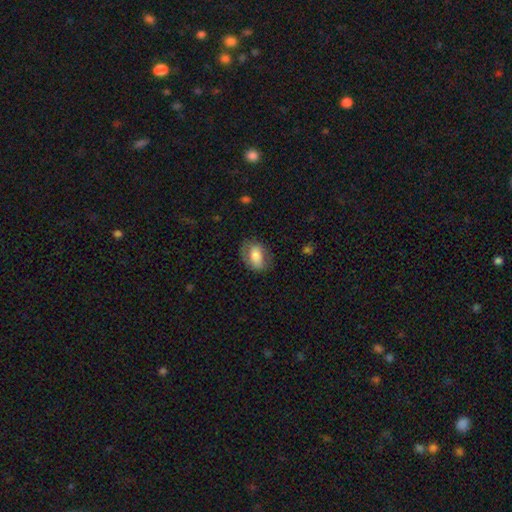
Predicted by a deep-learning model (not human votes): A smooth galaxy with no disk features (68%) that is in between round and cigar-shaped (79%). Merging: none (71%).